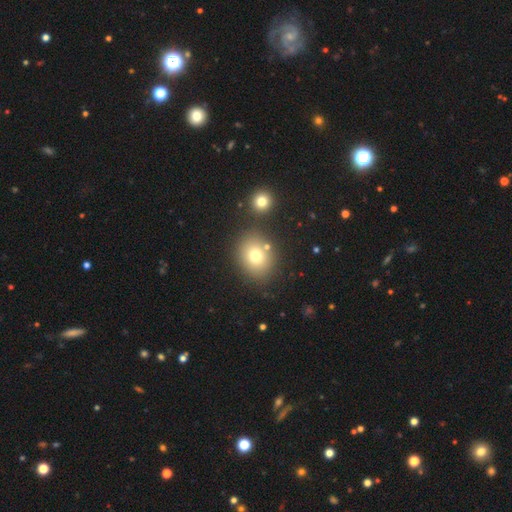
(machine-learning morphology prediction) A smooth galaxy with no disk features (74%) that is round (66%). Merging: none (75%).